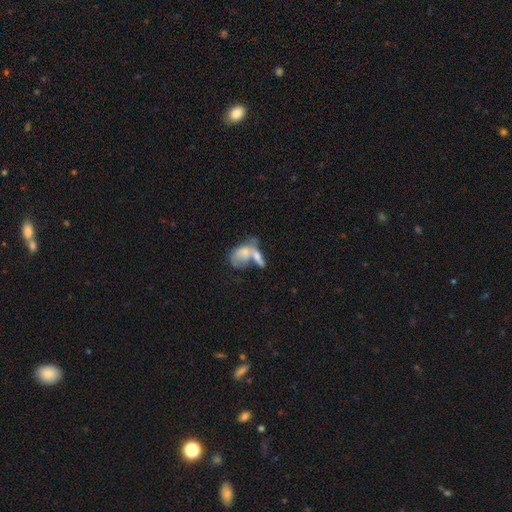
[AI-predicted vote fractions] This appears to be a smooth galaxy with no disk features (52%) that is in between round and cigar-shaped (81%). Merging: merger (58%).